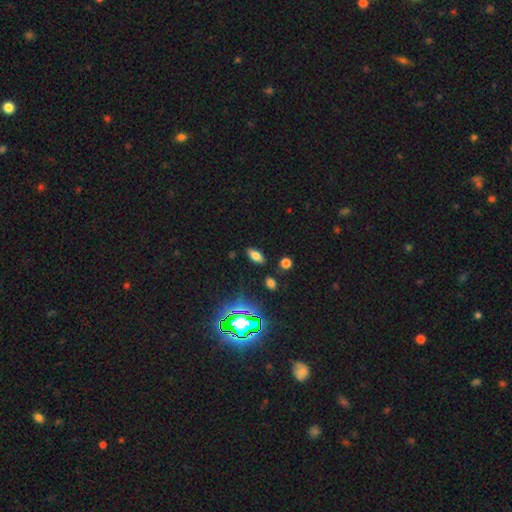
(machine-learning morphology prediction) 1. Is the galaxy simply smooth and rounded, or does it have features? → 65% smooth, 19% star or artifact, 16% featured or disk.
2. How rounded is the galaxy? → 83% in between, 12% cigar-shaped, 5% round.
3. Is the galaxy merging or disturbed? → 85% none, 10% minor disturbance, 3% major disturbance, 3% merger.